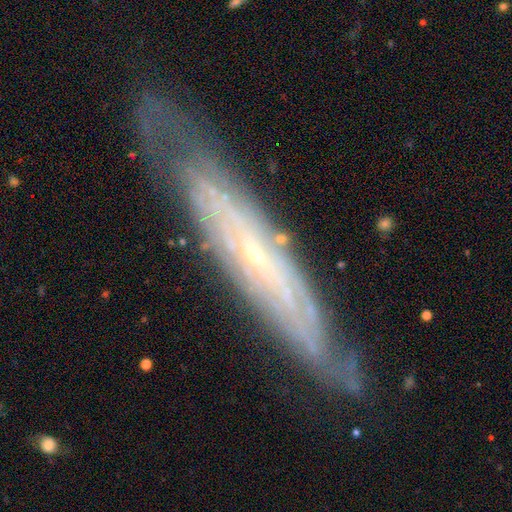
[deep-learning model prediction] featured or disk 80%, smooth 13%, star or artifact 7%. Down the decision tree: edge-on disk — no (59%); merging — none (78%).